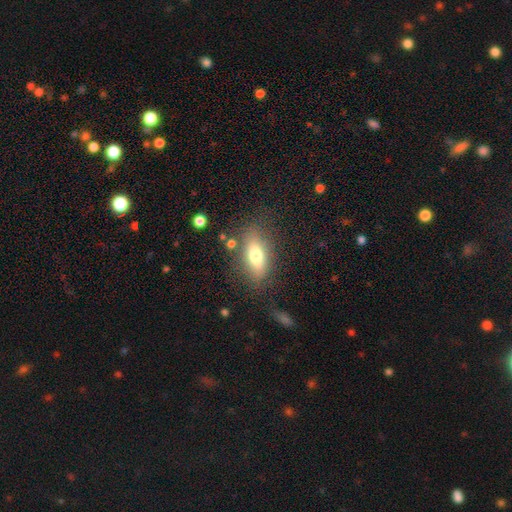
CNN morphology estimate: Smooth or featured? smooth (70%)
How rounded? in between (78%)
Merging? none (75%)